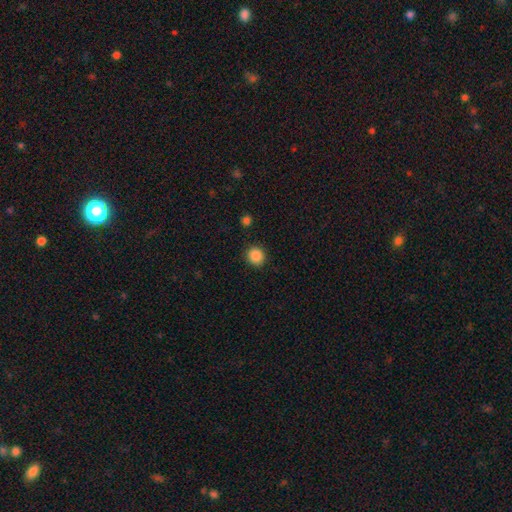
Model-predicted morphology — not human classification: Smooth or featured: smooth — 87% (star or artifact — 10%)
How rounded: round — 89% (in between — 10%)
Merging: none — 90% (minor disturbance — 6%)